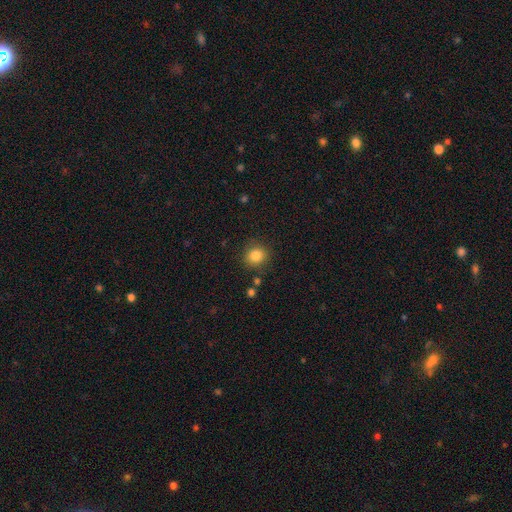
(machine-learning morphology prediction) smooth-or-featured: smooth: 84% | star or artifact: 11% | featured or disk: 5%
  how-rounded: round: 87% | in between: 12% | cigar-shaped: 1%
  merging: none: 86% | minor disturbance: 9% | major disturbance: 3% | merger: 3%